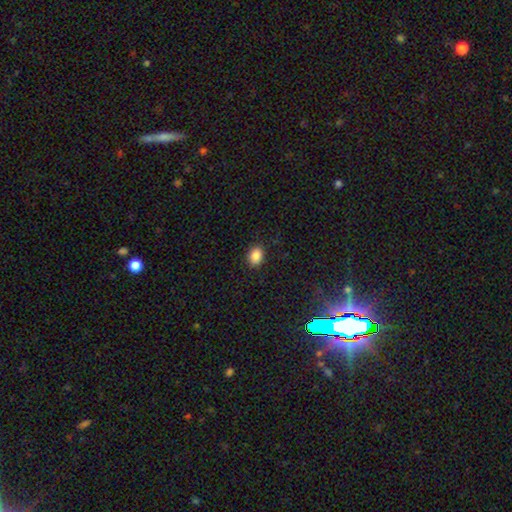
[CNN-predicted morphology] type=smooth (87%); roundness=in between (70%); merging=none (88%).